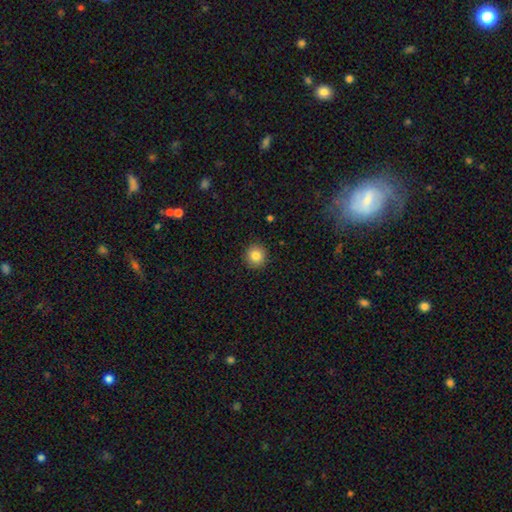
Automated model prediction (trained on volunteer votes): smooth 83%, star or artifact 10%, featured or disk 7%. Down the decision tree: how rounded — round (94%); merging — none (92%).